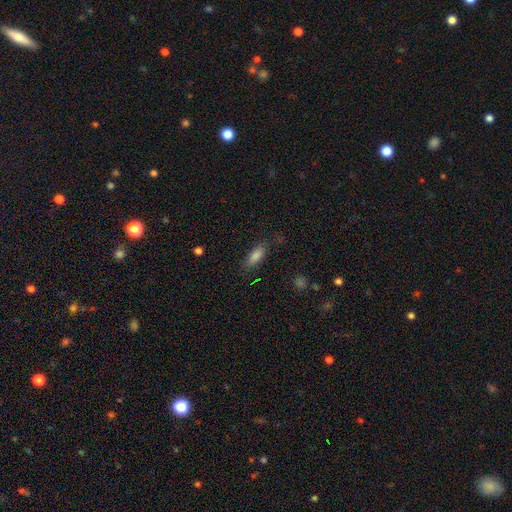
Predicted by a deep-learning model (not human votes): Overall: smooth (81%). How rounded: in between (68%; cigar-shaped 29%). Merging: none (79%).